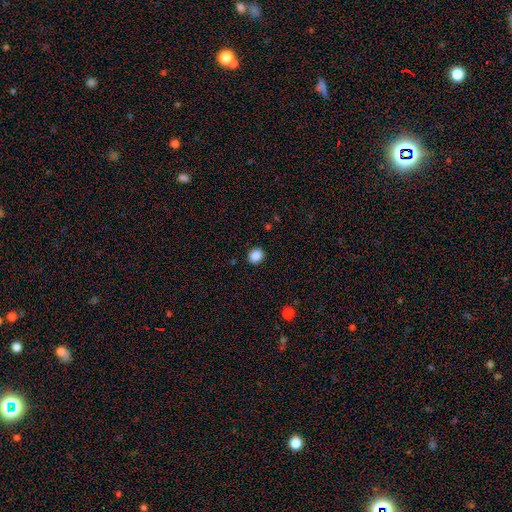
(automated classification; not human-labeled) Smooth or featured? Predicted: smooth (p=0.87). How rounded? Predicted: round (p=0.73). Merging? Predicted: none (p=0.90).